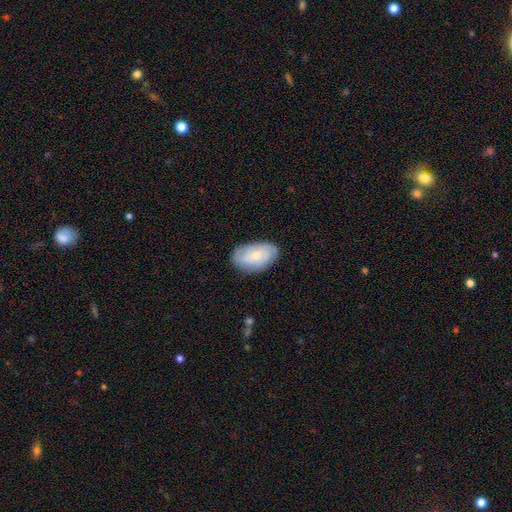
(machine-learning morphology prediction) This appears to be a smooth galaxy with no disk features (49%). Merging: none (81%).